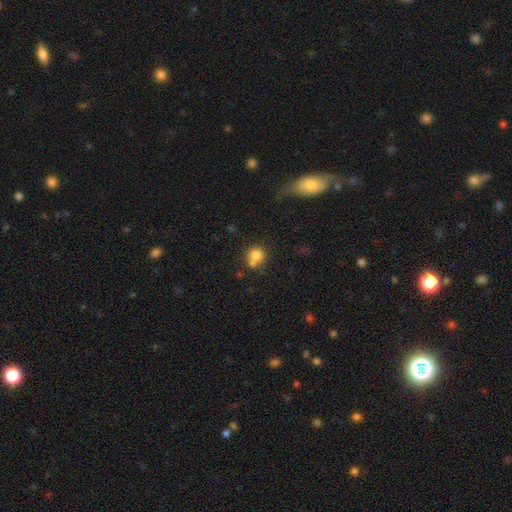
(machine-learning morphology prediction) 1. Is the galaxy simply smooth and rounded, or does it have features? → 78% smooth, 11% star or artifact, 11% featured or disk.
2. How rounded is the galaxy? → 87% round, 12% in between, 1% cigar-shaped.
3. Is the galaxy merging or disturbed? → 50% none, 35% merger, 10% minor disturbance, 4% major disturbance.